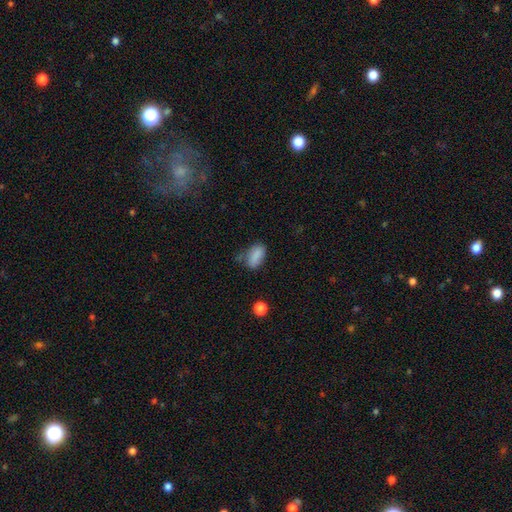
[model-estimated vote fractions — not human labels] smooth 83%, star or artifact 9%, featured or disk 8%. Down the decision tree: how rounded — in between (89%); merging — none (52%).